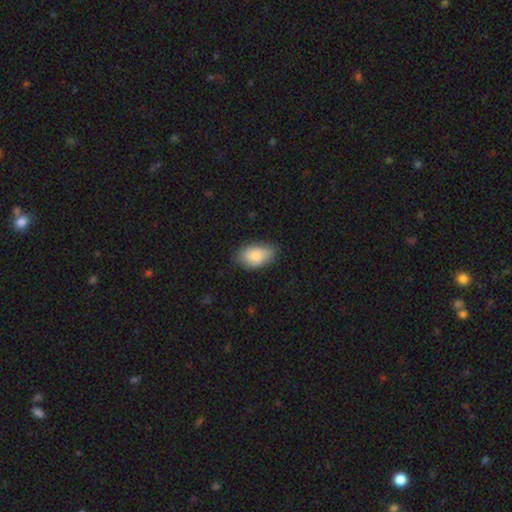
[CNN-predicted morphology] smooth_or_featured: smooth (p=0.80) [alt: featured or disk p=0.13]
how_rounded: in between (p=0.90) [alt: round p=0.08]
merging: none (p=0.74) [alt: minor disturbance p=0.21]